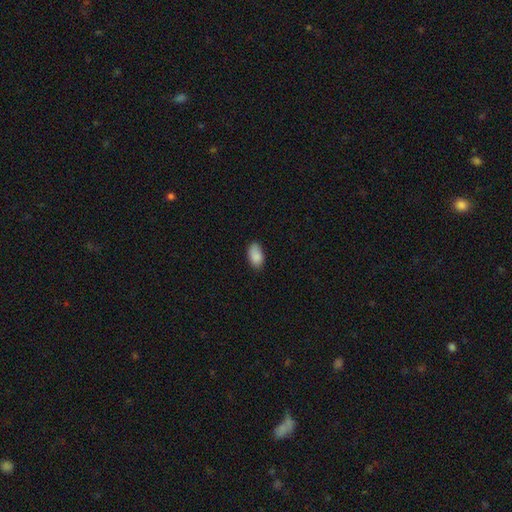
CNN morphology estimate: This is clearly a smooth galaxy (88%). How rounded: clearly in between (93%). Merging: likely none (78%).